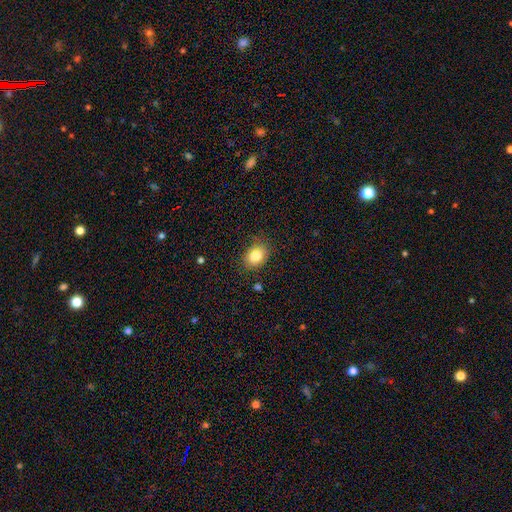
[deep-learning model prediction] Smooth or featured? Predicted: smooth (p=0.84). How rounded? Predicted: in between (p=0.65). Merging? Predicted: none (p=0.83).